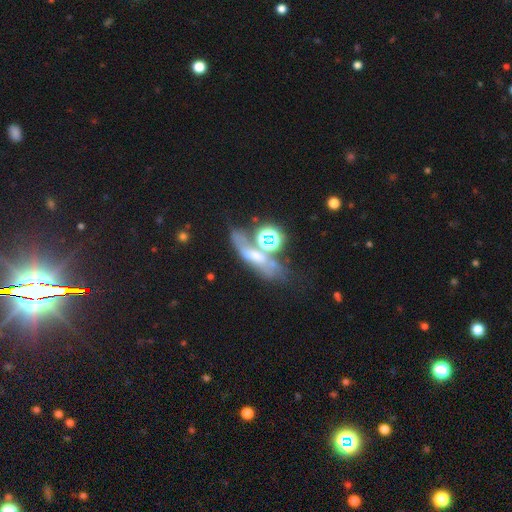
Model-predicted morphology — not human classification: Smooth or featured: featured or disk — 36% (star or artifact — 33%)
Merging: none — 39% (merger — 24%)